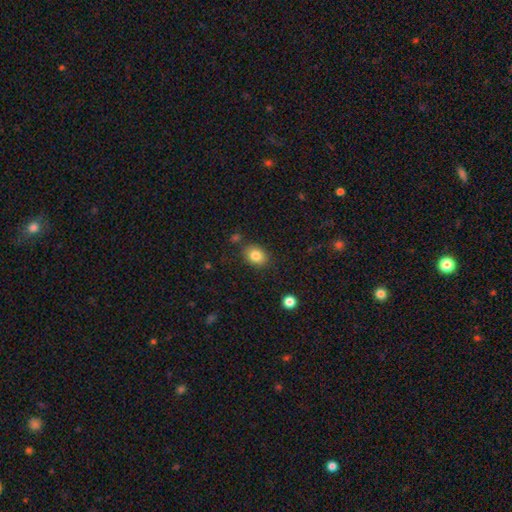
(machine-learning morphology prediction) smooth 83%, star or artifact 9%, featured or disk 7%. Down the decision tree: how rounded — in between (59%); merging — none (82%).